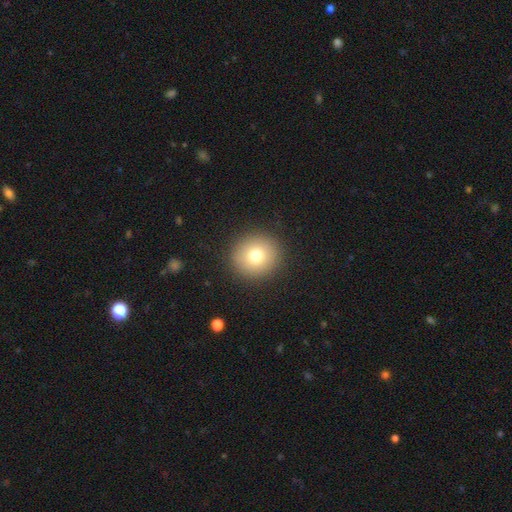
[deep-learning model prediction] Q: Smooth or featured?
A: smooth (77%); runner-up: featured or disk (12%)
Q: How rounded?
A: round (87%); runner-up: in between (12%)
Q: Merging?
A: none (91%); runner-up: minor disturbance (6%)